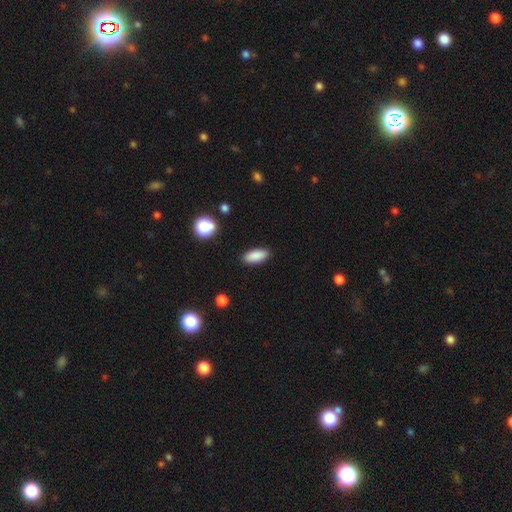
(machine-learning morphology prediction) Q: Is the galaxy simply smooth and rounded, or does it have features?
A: smooth — 88%.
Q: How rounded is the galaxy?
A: in between — 82%.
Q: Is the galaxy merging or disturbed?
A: none — 89%.